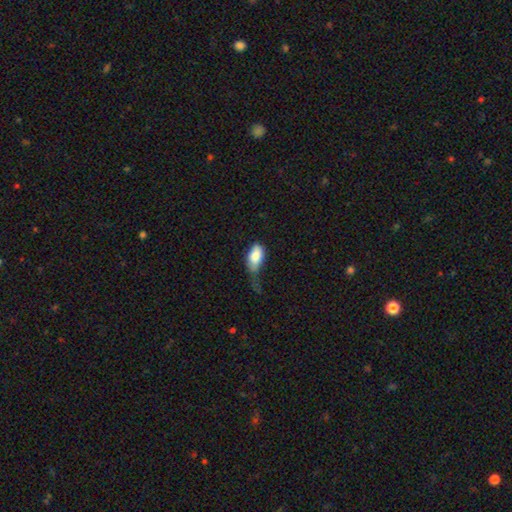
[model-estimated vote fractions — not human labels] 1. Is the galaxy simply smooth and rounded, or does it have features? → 82% smooth, 12% featured or disk, 7% star or artifact.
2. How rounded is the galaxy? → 92% in between, 5% round, 4% cigar-shaped.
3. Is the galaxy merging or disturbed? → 40% major disturbance, 36% minor disturbance, 20% none, 4% merger.